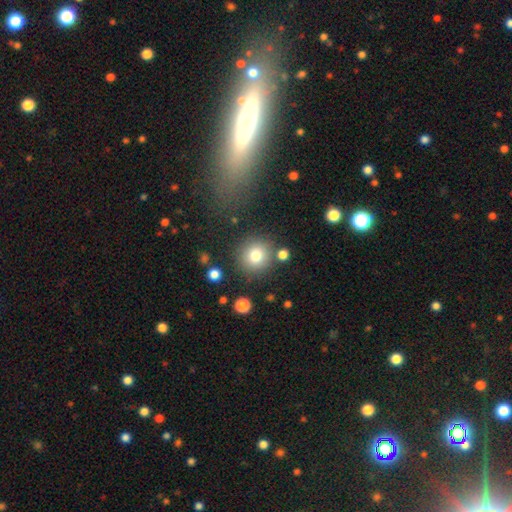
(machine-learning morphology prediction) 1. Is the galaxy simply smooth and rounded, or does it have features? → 79% smooth, 12% star or artifact, 9% featured or disk.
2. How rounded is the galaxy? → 92% round, 7% in between, 1% cigar-shaped.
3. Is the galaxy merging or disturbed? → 82% none, 9% minor disturbance, 5% merger, 4% major disturbance.